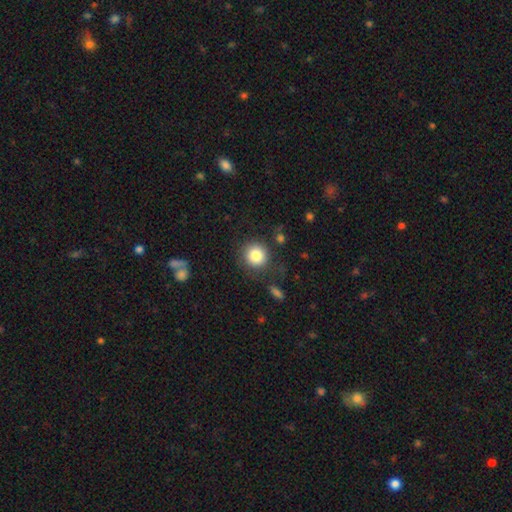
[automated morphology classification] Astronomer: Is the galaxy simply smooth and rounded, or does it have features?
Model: smooth — 84%.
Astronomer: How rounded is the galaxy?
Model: round — 92%.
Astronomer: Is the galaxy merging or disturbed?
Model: none — 82%.